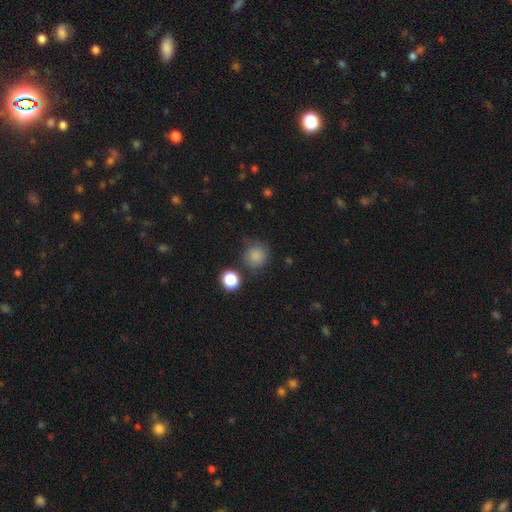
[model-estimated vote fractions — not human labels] The model was most divided on "merging": none: 74%, minor disturbance: 16%, major disturbance: 5%, merger: 5%. More confident: how rounded — round (90%); smooth or featured — smooth (83%).